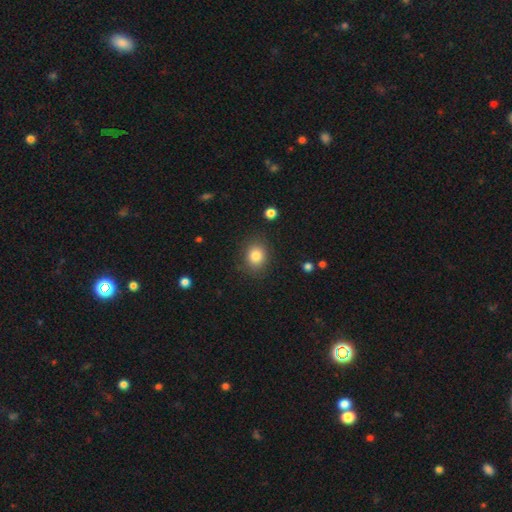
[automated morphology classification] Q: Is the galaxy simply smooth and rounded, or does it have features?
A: smooth — 83%.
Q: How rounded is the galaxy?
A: round — 60%.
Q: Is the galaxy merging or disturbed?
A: none — 84%.